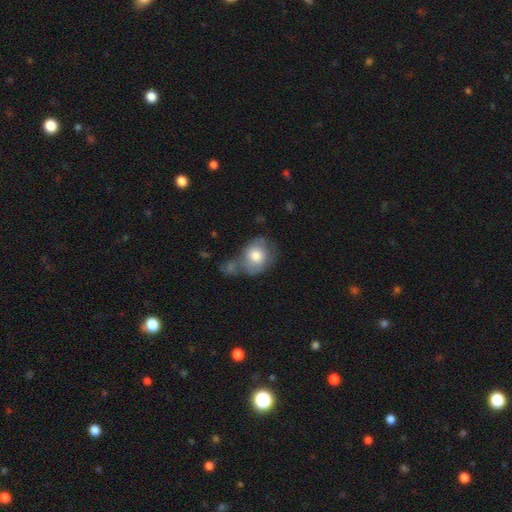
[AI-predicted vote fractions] smooth 73%, featured or disk 20%, star or artifact 7%. Down the decision tree: how rounded — round (51%); merging — none (34%).